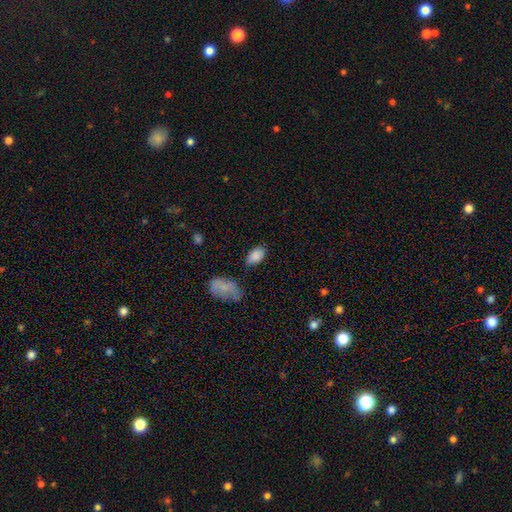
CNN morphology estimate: This appears to be a smooth galaxy with no disk features (86%) that is in between round and cigar-shaped (93%). Merging: none (75%).